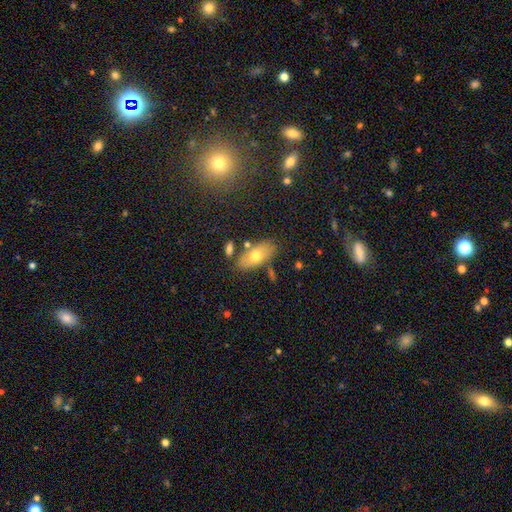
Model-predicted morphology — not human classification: smooth_or_featured: smooth (p=0.66) [alt: featured or disk p=0.25]
how_rounded: in between (p=0.90) [alt: cigar-shaped p=0.06]
merging: none (p=0.78) [alt: minor disturbance p=0.12]